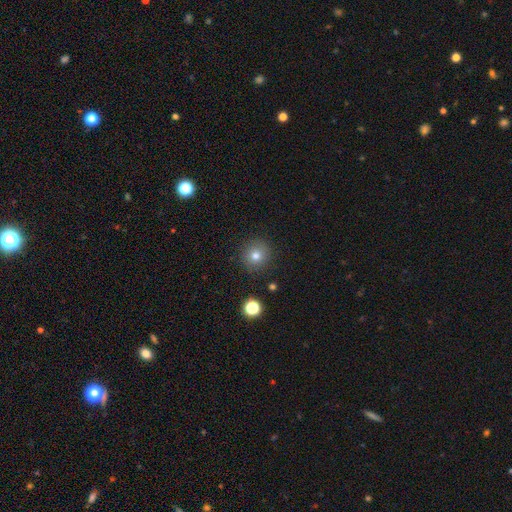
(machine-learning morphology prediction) A smooth galaxy with no disk features (77%) that is round (91%). Merging: none (89%).